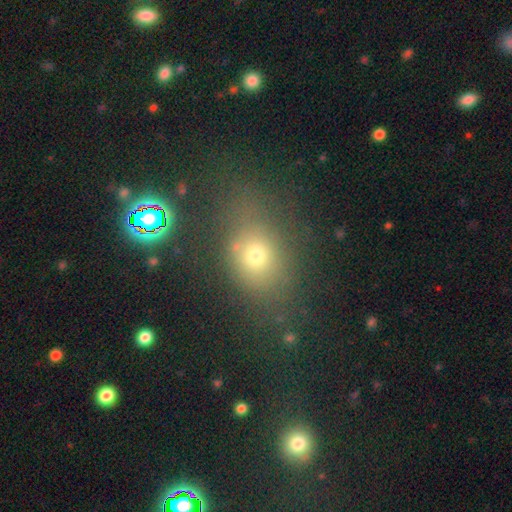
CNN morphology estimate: Smooth or featured? smooth (61%)
How rounded? in between (56%)
Merging? none (70%)